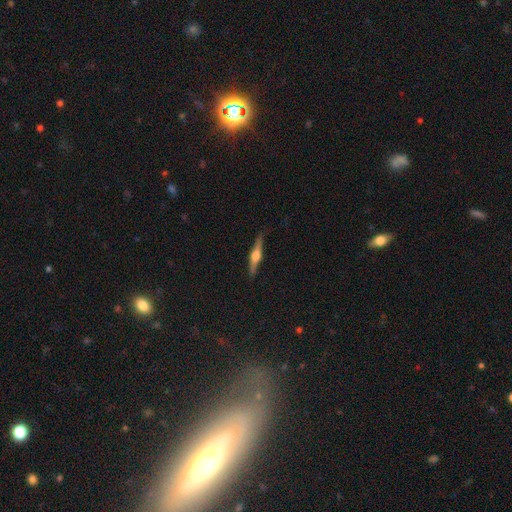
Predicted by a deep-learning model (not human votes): The model was most divided on "smooth or featured": featured or disk: 76%, smooth: 18%, star or artifact: 6%. More confident: edge-on disk — yes (98%); edge-on bulge — rounded (90%); merging — none (88%).